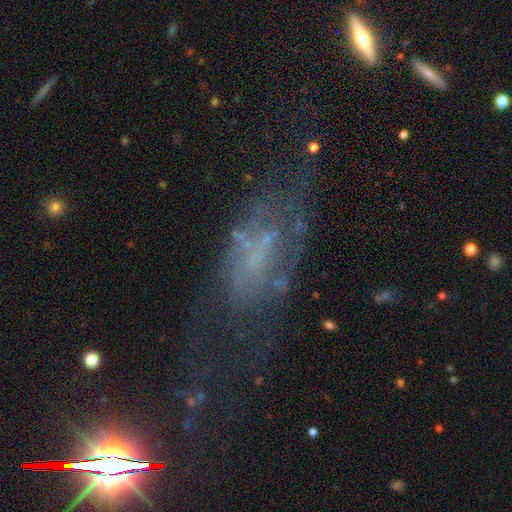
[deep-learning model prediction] Smooth or featured? Predicted: featured or disk (p=0.56). Edge-on disk? Predicted: no (p=0.89). Merging? Predicted: none (p=0.40).